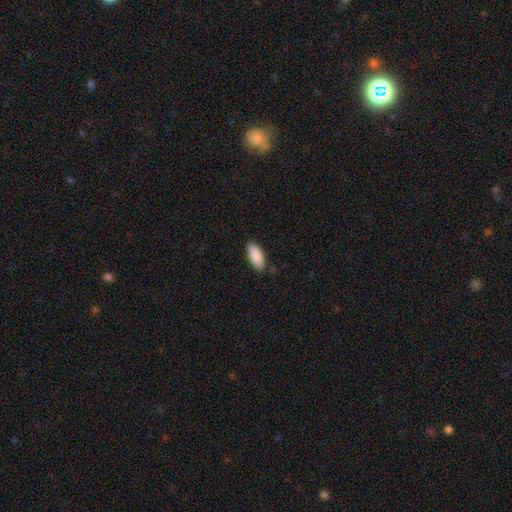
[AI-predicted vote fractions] A smooth galaxy with no disk features (90%) that is in between round and cigar-shaped (87%). Merging: none (84%).